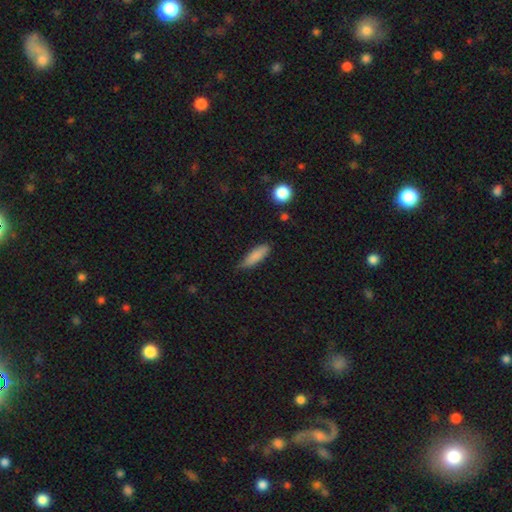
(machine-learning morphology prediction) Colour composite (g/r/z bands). It shows a smooth galaxy with no disk features (85%) that is cigar-shaped (54%). Merging: none (68%).